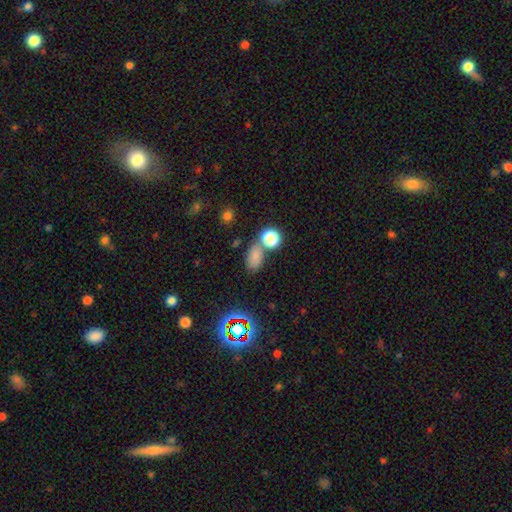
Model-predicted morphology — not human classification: Smooth or featured?
  - smooth: 74% *
  - star or artifact: 19%
  - featured or disk: 7%
How rounded?
  - in between: 80% *
  - round: 18%
  - cigar-shaped: 3%
Merging?
  - none: 58% *
  - merger: 23%
  - minor disturbance: 13%
  - major disturbance: 6%